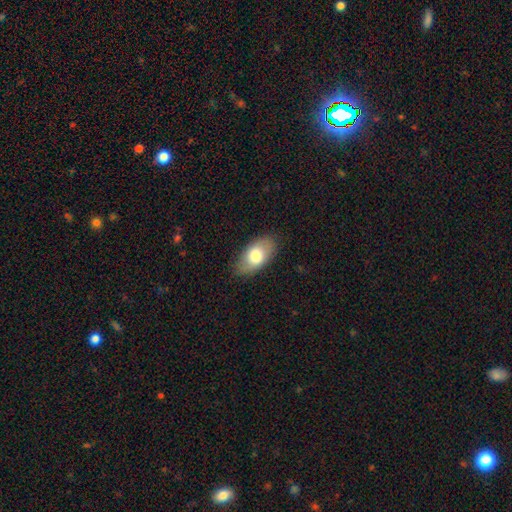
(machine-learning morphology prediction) smooth 72%, featured or disk 21%, star or artifact 6%. Down the decision tree: how rounded — in between (93%); merging — none (82%).